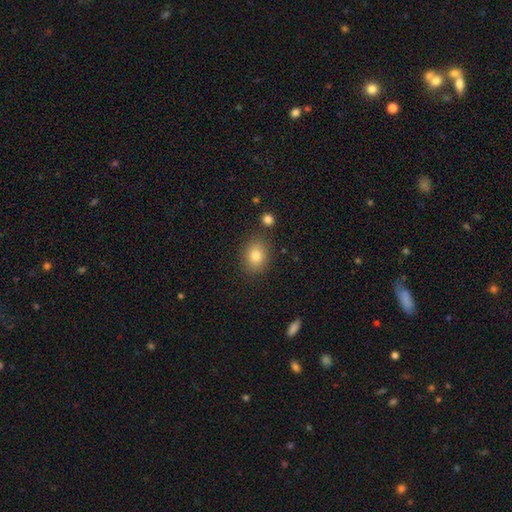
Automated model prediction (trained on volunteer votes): Smooth or featured?
  - smooth: 81% *
  - star or artifact: 10%
  - featured or disk: 9%
How rounded?
  - in between: 57% *
  - round: 41%
  - cigar-shaped: 1%
Merging?
  - none: 83% *
  - minor disturbance: 10%
  - merger: 4%
  - major disturbance: 3%